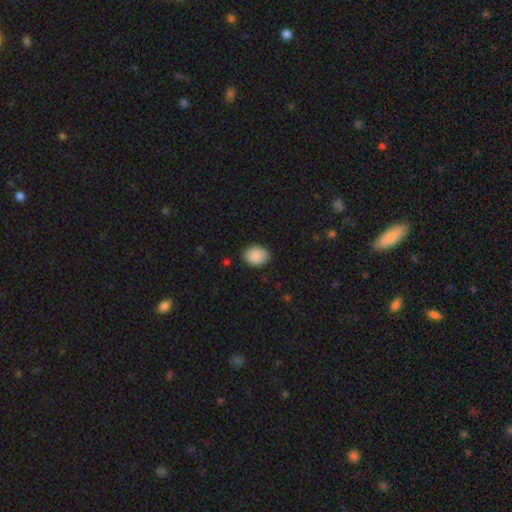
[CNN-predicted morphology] Smooth or featured? Predicted: smooth (p=0.88). How rounded? Predicted: in between (p=0.55). Merging? Predicted: none (p=0.82).